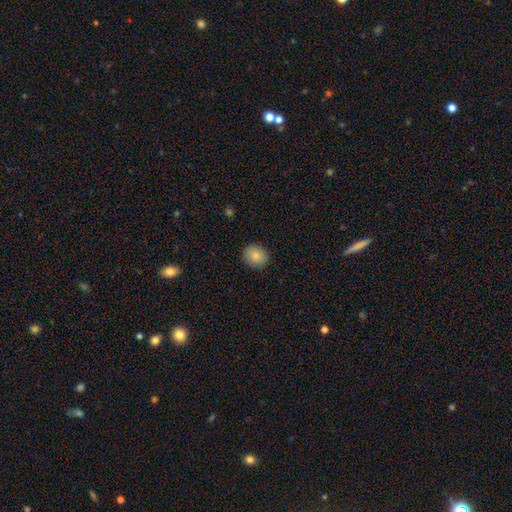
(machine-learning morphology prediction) type=smooth (85%); roundness=round (69%); merging=none (89%).